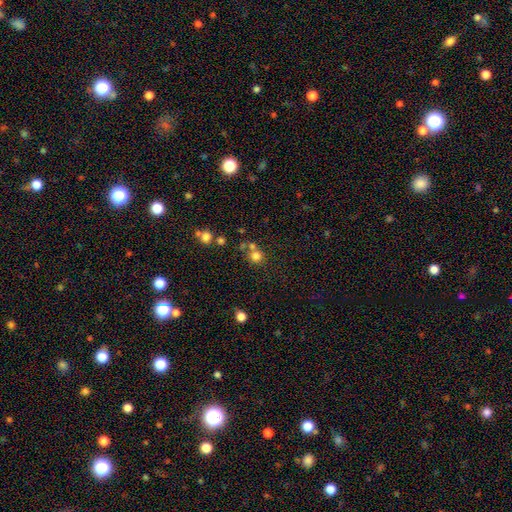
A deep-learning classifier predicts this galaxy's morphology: Q: Smooth or featured?
A: smooth (73%); runner-up: star or artifact (18%)
Q: How rounded?
A: round (88%); runner-up: in between (11%)
Q: Merging?
A: none (57%); runner-up: merger (30%)